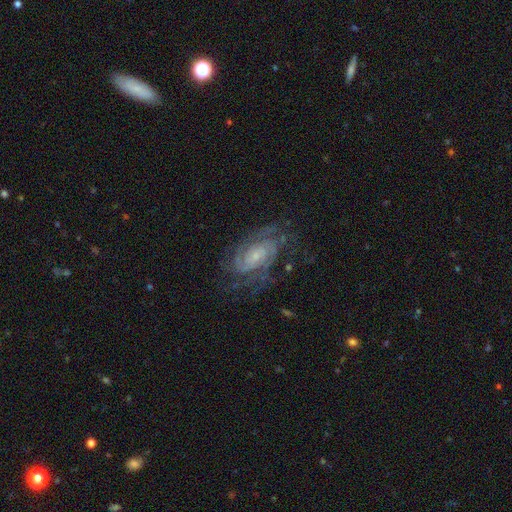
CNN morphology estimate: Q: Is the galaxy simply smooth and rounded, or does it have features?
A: featured or disk — 86%.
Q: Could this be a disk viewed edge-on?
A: no — 97%.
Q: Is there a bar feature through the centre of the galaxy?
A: no — 55%.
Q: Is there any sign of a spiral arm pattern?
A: yes — 96%.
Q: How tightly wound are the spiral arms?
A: tight — 57%.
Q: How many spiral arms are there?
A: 2 — 44%.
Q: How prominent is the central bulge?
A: small — 72%.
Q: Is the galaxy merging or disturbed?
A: none — 72%.